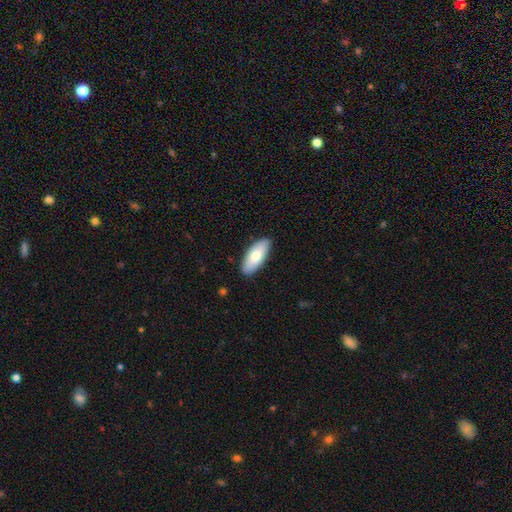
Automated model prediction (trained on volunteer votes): The model was most divided on "smooth or featured": smooth: 74%, featured or disk: 21%, star or artifact: 5%. More confident: merging — none (88%); how rounded — in between (83%).